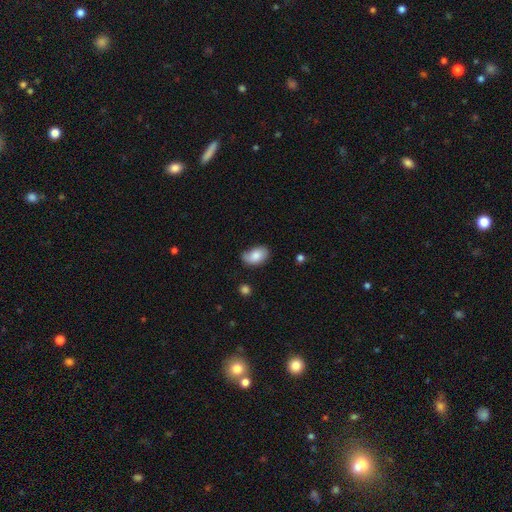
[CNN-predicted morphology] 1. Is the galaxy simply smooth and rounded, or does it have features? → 82% smooth, 11% featured or disk, 7% star or artifact.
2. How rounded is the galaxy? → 90% in between, 9% round, 1% cigar-shaped.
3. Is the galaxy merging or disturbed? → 60% none, 32% minor disturbance, 6% major disturbance, 2% merger.